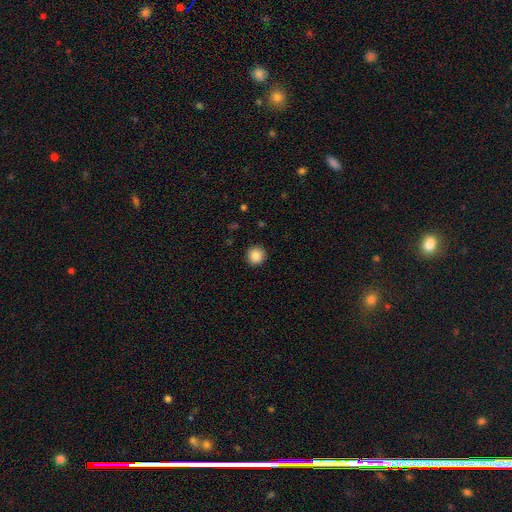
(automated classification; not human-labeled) A smooth galaxy with no disk features (88%) that is round (93%).

Vote fractions:
- Smooth or featured? smooth: 88% / star or artifact: 9% / featured or disk: 3%
- How rounded? round: 93% / in between: 6% / cigar-shaped: 1%
- Merging? none: 90% / minor disturbance: 7% / major disturbance: 2% / merger: 1%